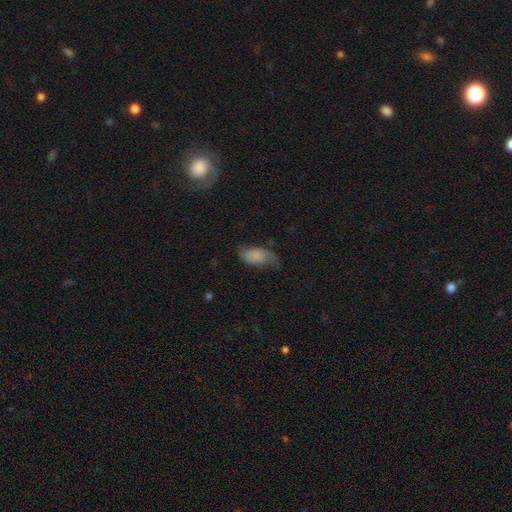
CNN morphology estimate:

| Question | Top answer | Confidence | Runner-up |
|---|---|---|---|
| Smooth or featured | smooth | 52% | featured or disk (39%) |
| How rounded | in between | 92% | round (5%) |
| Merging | none | 48% | minor disturbance (30%) |